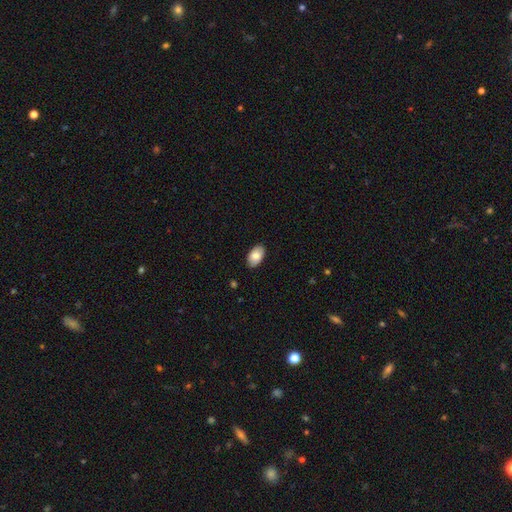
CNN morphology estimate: Smooth or featured?
  - smooth: 82% *
  - featured or disk: 12%
  - star or artifact: 6%
How rounded?
  - in between: 94% *
  - round: 5%
  - cigar-shaped: 1%
Merging?
  - none: 87% *
  - minor disturbance: 10%
  - major disturbance: 2%
  - merger: 1%